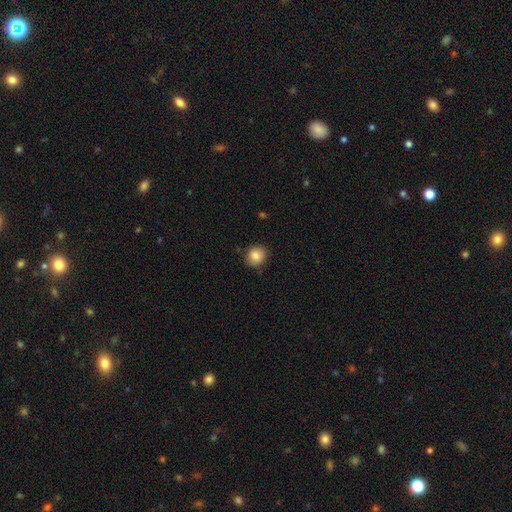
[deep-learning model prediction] Smooth or featured?
  - smooth: 85% *
  - star or artifact: 9%
  - featured or disk: 6%
How rounded?
  - round: 76% *
  - in between: 24%
  - cigar-shaped: 1%
Merging?
  - none: 85% *
  - minor disturbance: 11%
  - major disturbance: 2%
  - merger: 1%